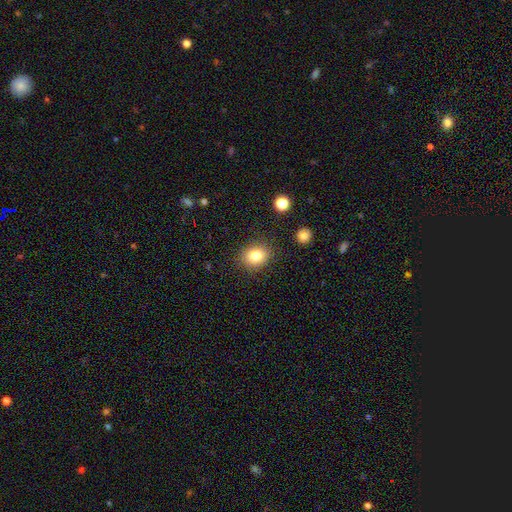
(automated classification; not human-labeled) smooth_or_featured: smooth (p=0.82) [alt: star or artifact p=0.10]
how_rounded: round (p=0.53) [alt: in between p=0.46]
merging: none (p=0.85) [alt: minor disturbance p=0.10]